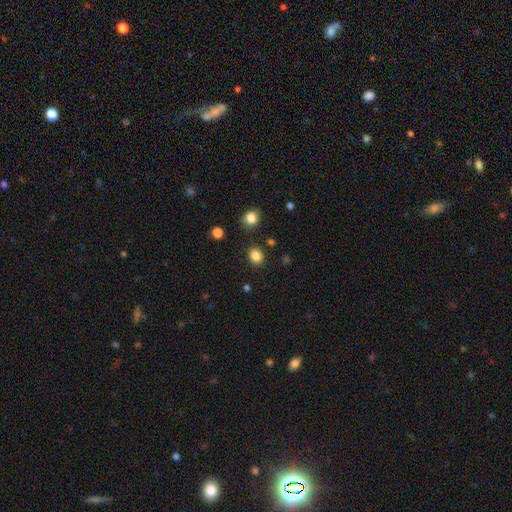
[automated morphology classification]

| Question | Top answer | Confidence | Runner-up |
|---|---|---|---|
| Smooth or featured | smooth | 85% | star or artifact (12%) |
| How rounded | round | 68% | in between (31%) |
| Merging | none | 87% | minor disturbance (8%) |